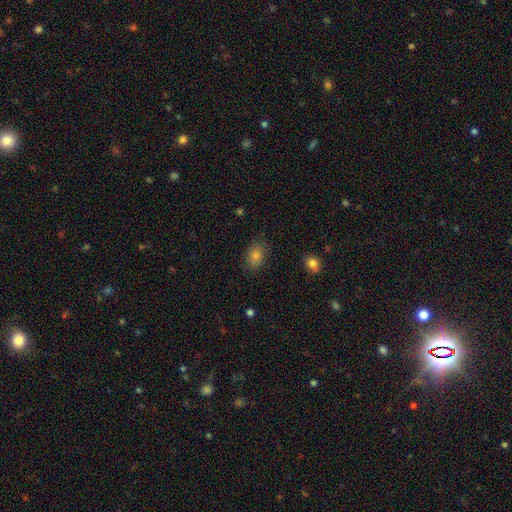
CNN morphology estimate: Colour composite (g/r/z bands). It shows a smooth galaxy with no disk features (77%) that is in between round and cigar-shaped (79%). Merging: none (84%).